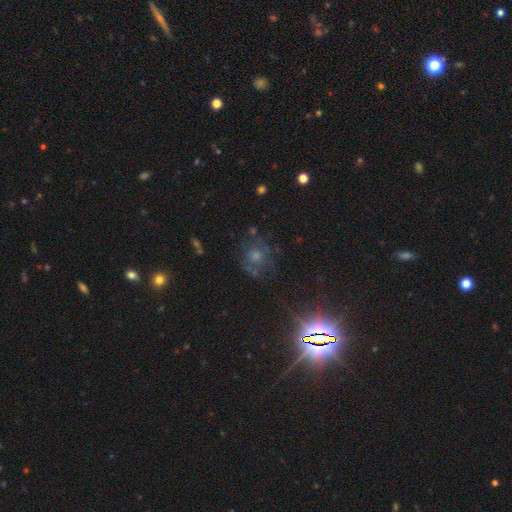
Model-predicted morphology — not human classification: type=star or artifact (49%).